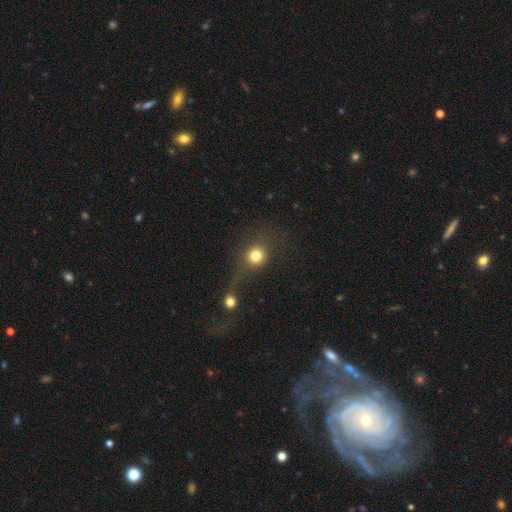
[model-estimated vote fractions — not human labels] Smooth or featured?
  - smooth: 76% *
  - star or artifact: 13%
  - featured or disk: 11%
How rounded?
  - round: 85% *
  - in between: 14%
  - cigar-shaped: 1%
Merging?
  - none: 46% *
  - merger: 27%
  - major disturbance: 15%
  - minor disturbance: 12%